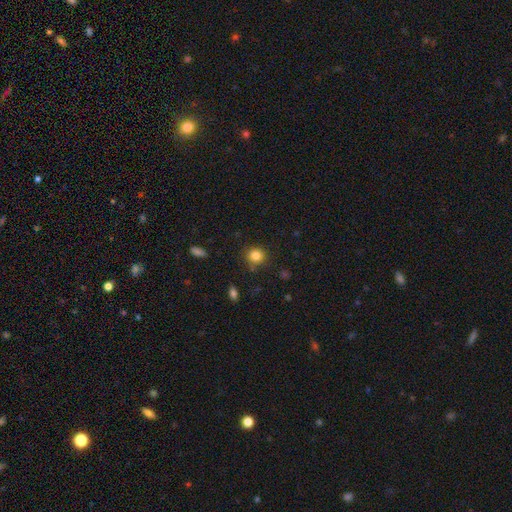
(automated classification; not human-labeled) smooth 84%, star or artifact 11%, featured or disk 5%. Down the decision tree: how rounded — round (86%); merging — none (83%).